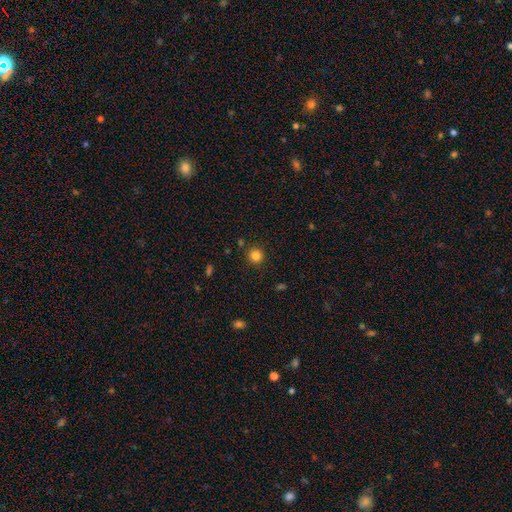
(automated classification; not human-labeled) The model was most divided on "smooth or featured": smooth: 83%, star or artifact: 12%, featured or disk: 5%. More confident: how rounded — round (94%); merging — none (89%).